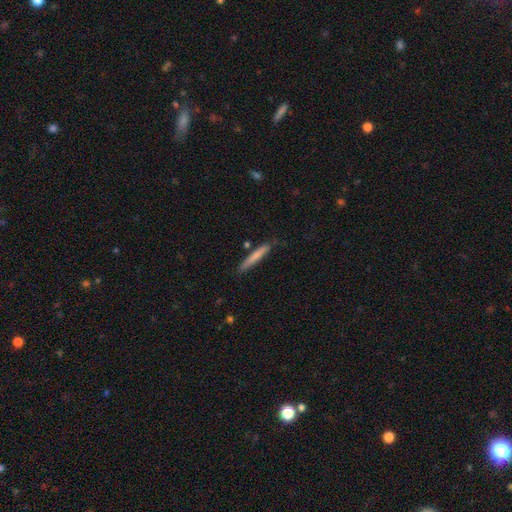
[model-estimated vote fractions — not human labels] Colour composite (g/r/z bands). It shows a smooth galaxy with no disk features (74%) that is cigar-shaped (95%). Merging: none (81%).